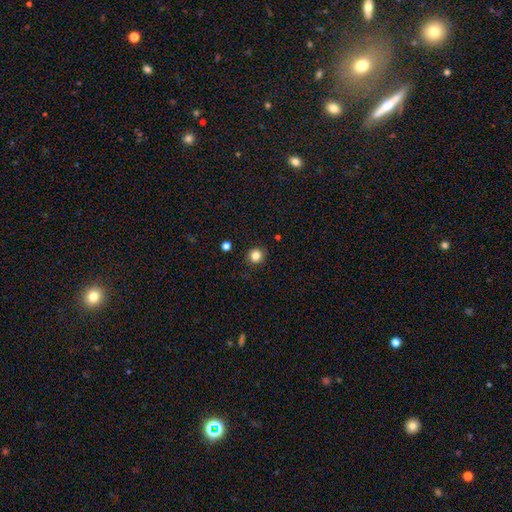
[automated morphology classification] This is clearly a smooth galaxy (83%). How rounded: clearly round (93%). Merging: clearly none (90%).